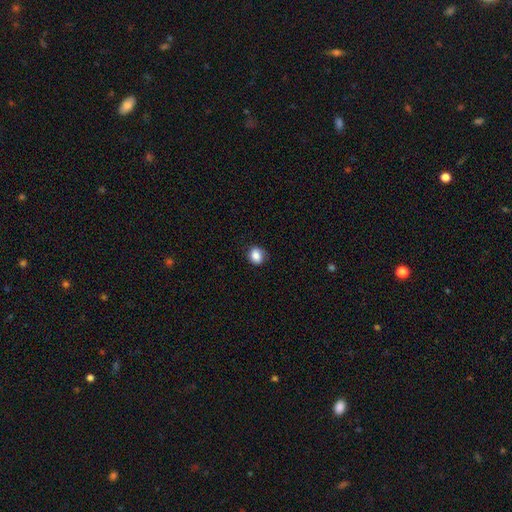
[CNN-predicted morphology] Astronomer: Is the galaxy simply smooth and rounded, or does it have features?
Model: smooth — 85%.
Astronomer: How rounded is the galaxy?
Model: round — 66%.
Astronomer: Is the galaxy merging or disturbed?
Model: none — 80%.